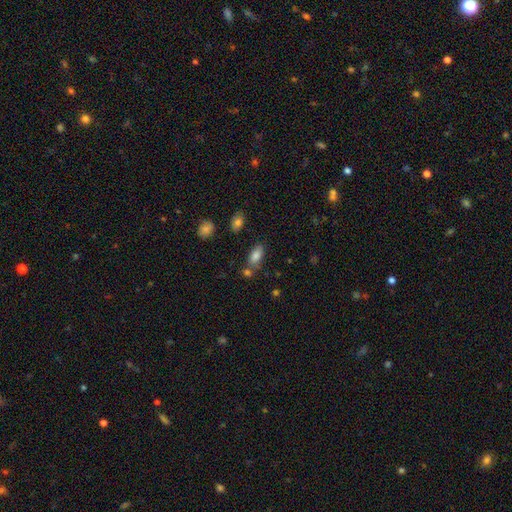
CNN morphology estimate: Smooth or featured? smooth (83%)
How rounded? in between (90%)
Merging? none (64%)